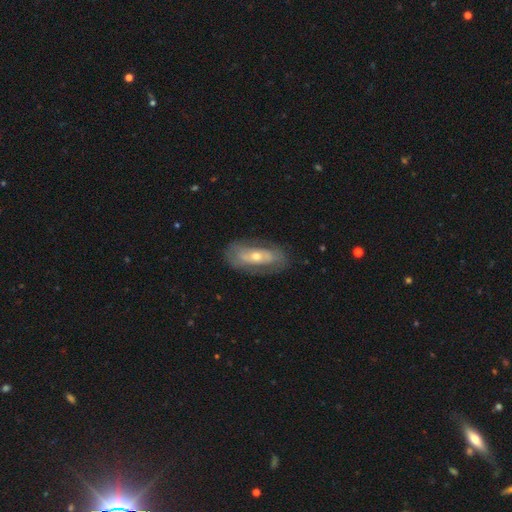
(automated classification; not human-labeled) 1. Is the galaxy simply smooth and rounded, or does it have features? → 65% featured or disk, 28% smooth, 8% star or artifact.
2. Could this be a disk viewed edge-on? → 83% no, 17% yes.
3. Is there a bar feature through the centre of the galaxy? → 57% no, 25% weak, 18% strong.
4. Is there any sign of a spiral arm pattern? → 58% yes, 42% no.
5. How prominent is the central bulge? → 48% moderate, 47% small, 3% large, 1% none, 1% dominant.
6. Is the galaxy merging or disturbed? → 74% none, 17% minor disturbance, 7% major disturbance, 1% merger.